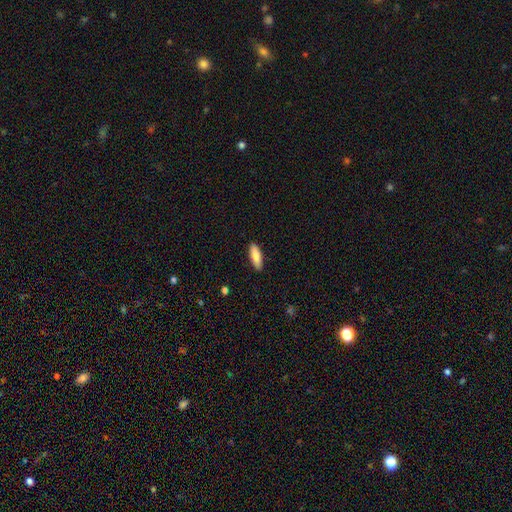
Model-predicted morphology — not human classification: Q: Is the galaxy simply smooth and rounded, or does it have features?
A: smooth — 84%.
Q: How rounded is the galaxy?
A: in between — 57%.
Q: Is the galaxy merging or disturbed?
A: none — 90%.